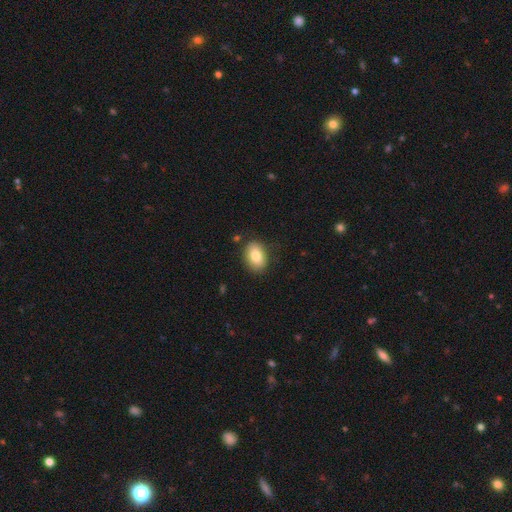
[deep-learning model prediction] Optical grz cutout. It shows a smooth galaxy with no disk features (83%) that is in between round and cigar-shaped (85%). Merging: none (84%).